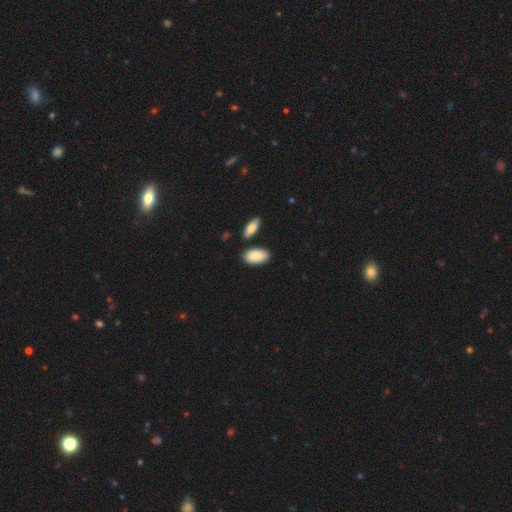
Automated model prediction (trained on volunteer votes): Overall: smooth (87%). How rounded: in between (95%). Merging: none (78%).